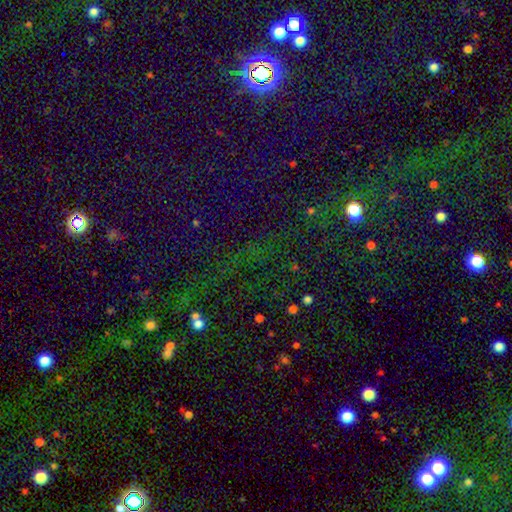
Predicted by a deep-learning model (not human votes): smooth-or-featured: star or artifact: 74% | smooth: 17% | featured or disk: 8%